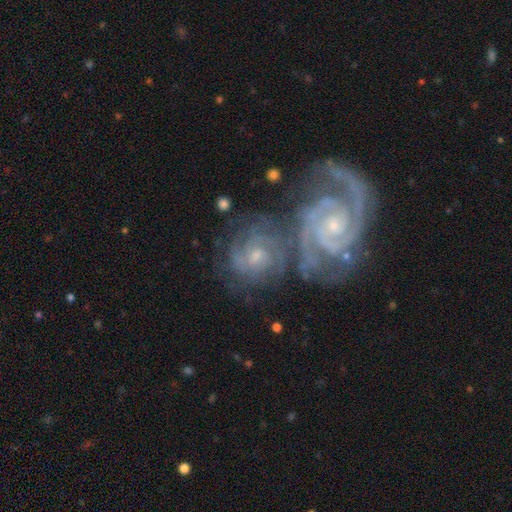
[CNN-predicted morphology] featured or disk 86%, smooth 8%, star or artifact 6%. Down the decision tree: edge-on disk — no (97%); bar — no (65%); spiral arms — yes (97%); spiral arm count — 2 (35%); spiral winding — tight (69%); bulge size — small (67%); merging — merger (47%).